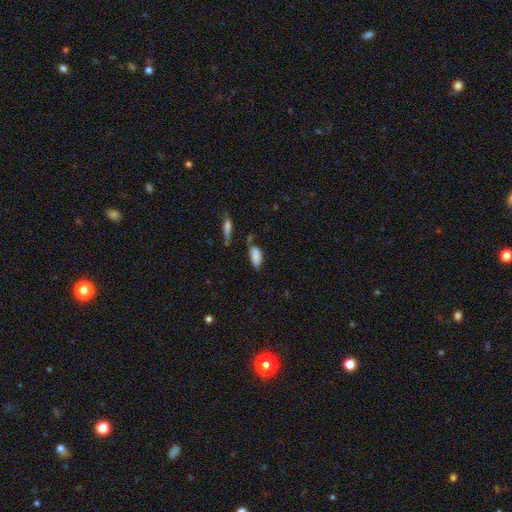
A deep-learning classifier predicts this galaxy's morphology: Smooth or featured: smooth — 84% (star or artifact — 8%)
How rounded: in between — 87% (cigar-shaped — 10%)
Merging: none — 57% (minor disturbance — 26%)